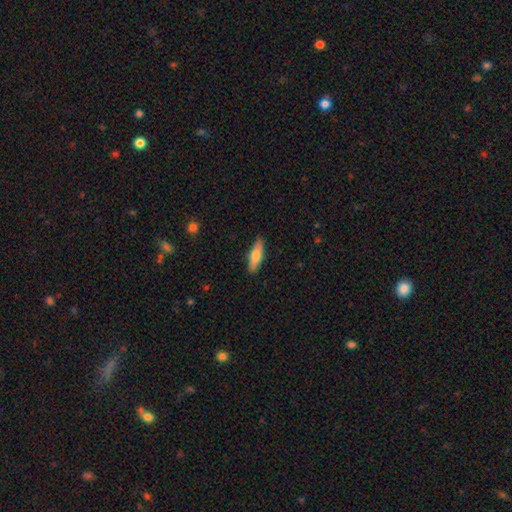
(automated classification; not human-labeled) This is likely a smooth galaxy (73%). How rounded: possibly cigar-shaped (53%). Merging: clearly none (87%).